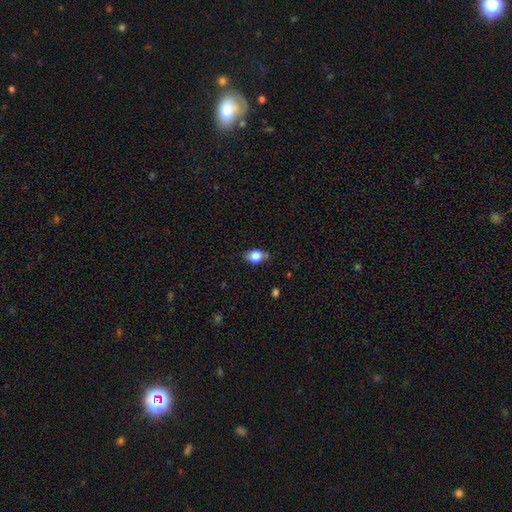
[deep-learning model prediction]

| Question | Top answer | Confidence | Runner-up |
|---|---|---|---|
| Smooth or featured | smooth | 79% | featured or disk (12%) |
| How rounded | in between | 63% | round (34%) |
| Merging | none | 70% | minor disturbance (23%) |